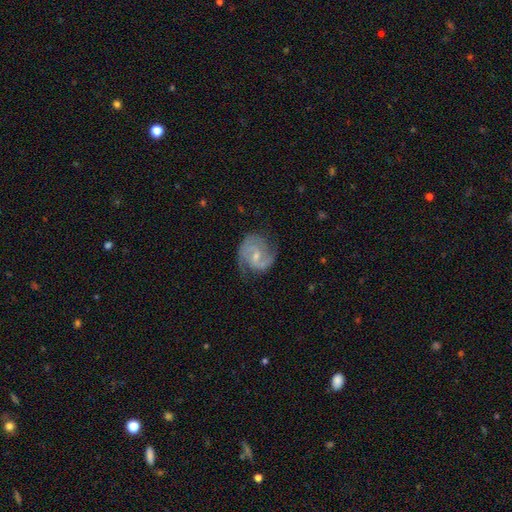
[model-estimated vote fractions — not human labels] Smooth or featured? Predicted: featured or disk (p=0.84). Edge-on disk? Predicted: no (p=0.98). Bar? Predicted: weak (p=0.53). Spiral arms? Predicted: yes (p=0.96). Spiral winding? Predicted: medium (p=0.50). Spiral arm count? Predicted: 2 (p=0.82). Bulge size? Predicted: small (p=0.56). Merging? Predicted: none (p=0.69).